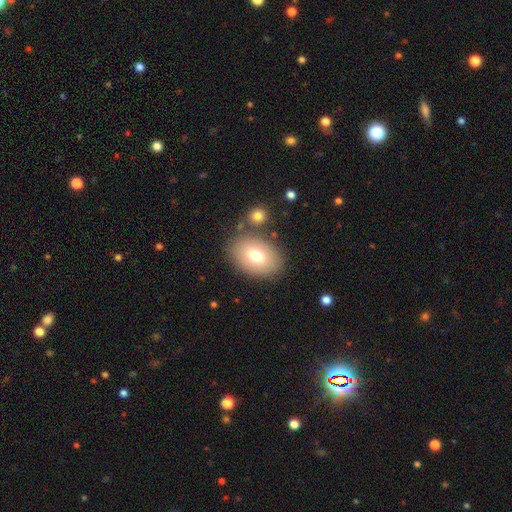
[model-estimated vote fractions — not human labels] This appears to be a smooth galaxy with no disk features (74%) that is in between round and cigar-shaped (81%). Merging: none (78%).